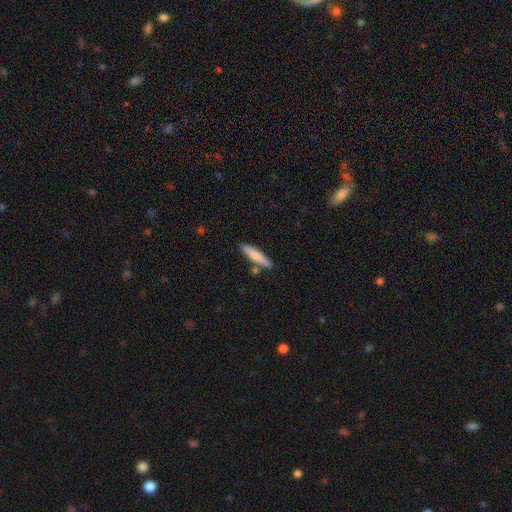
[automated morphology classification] Overall: smooth (76%). How rounded: cigar-shaped (88%). Merging: none (82%).